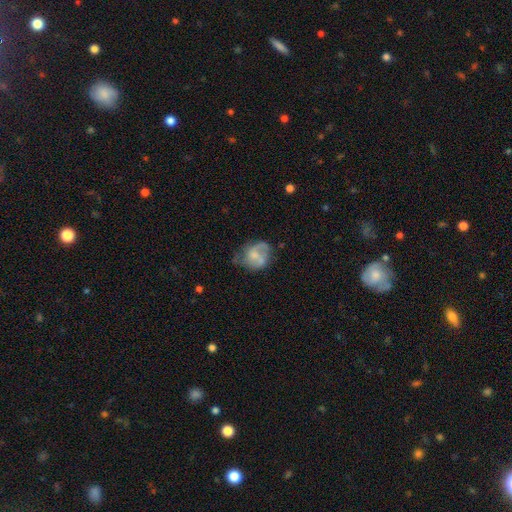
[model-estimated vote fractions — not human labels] A featured or disk galaxy (53%) with no bar (66%), spiral arms (61%) and a small central bulge (35%).

Vote fractions:
- Smooth or featured? featured or disk: 53% / smooth: 39% / star or artifact: 8%
- Edge-on disk? no: 98% / yes: 2%
- Bar? no: 66% / weak: 29% / strong: 6%
- Spiral arms? yes: 61% / no: 39%
- Bulge size? small: 35% / moderate: 32% / none: 27% / large: 5% / dominant: 1%
- Merging? none: 40% / minor disturbance: 28% / major disturbance: 25% / merger: 7%